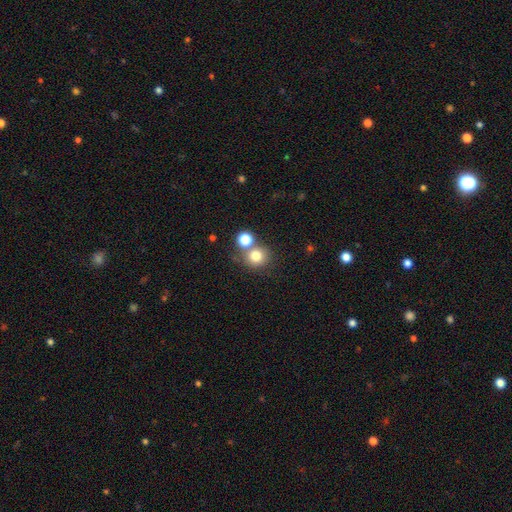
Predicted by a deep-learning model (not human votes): This is likely a smooth galaxy (78%). How rounded: clearly round (87%). Merging: likely none (61%).